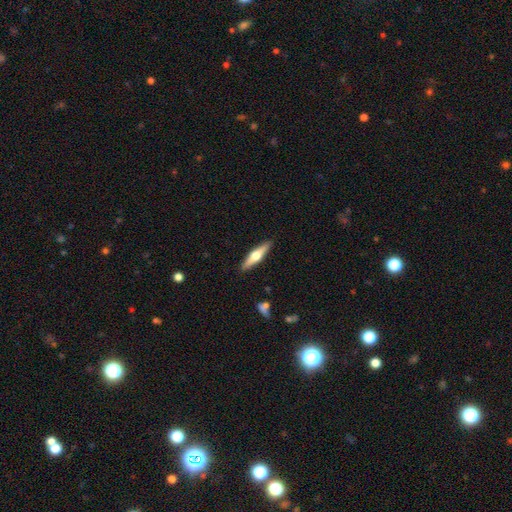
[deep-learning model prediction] This appears to be a featured or disk galaxy (60%) viewed edge-on (95%) with a rounded central bulge (95%). Merging: none (90%).